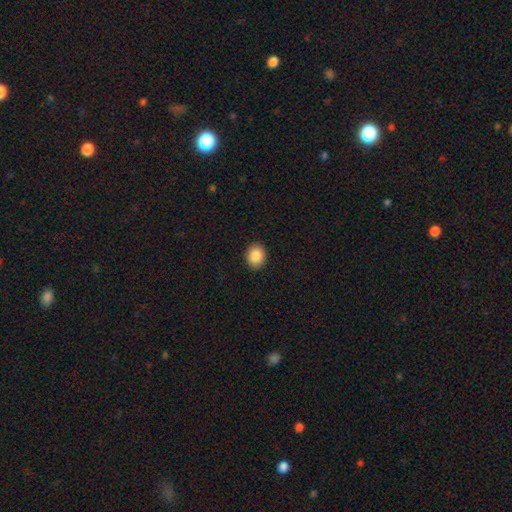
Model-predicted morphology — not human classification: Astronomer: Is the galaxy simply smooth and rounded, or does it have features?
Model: smooth — 87%.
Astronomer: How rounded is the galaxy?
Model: round — 51% (runner-up: in between, 48%).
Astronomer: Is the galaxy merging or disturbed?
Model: none — 91%.